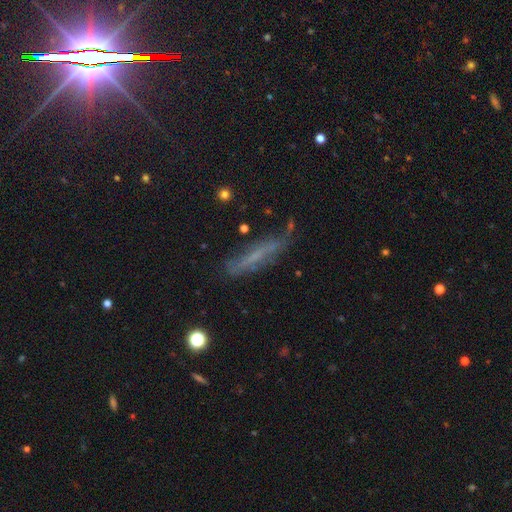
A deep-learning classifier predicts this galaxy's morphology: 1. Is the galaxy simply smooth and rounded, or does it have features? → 42% smooth, 41% featured or disk, 17% star or artifact.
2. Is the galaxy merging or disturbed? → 69% none, 21% minor disturbance, 7% major disturbance, 3% merger.